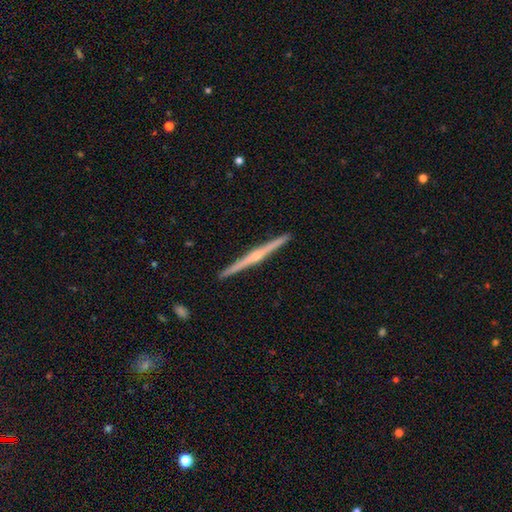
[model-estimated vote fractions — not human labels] Smooth or featured? featured or disk (82%)
Edge-on disk? yes (99%)
Edge-on bulge? rounded (83%)
Merging? none (93%)